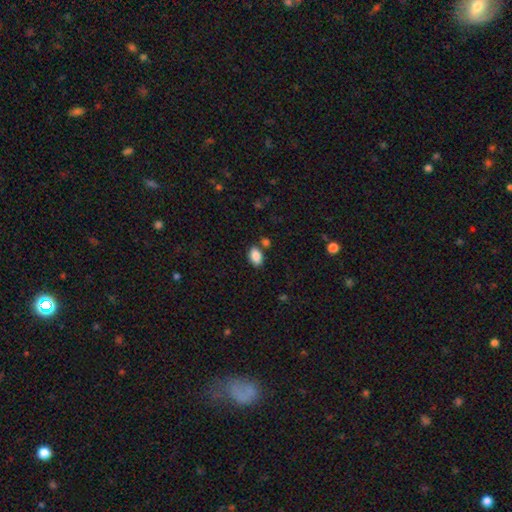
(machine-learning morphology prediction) This is clearly a smooth galaxy (87%). How rounded: clearly in between (90%). Merging: likely none (76%).